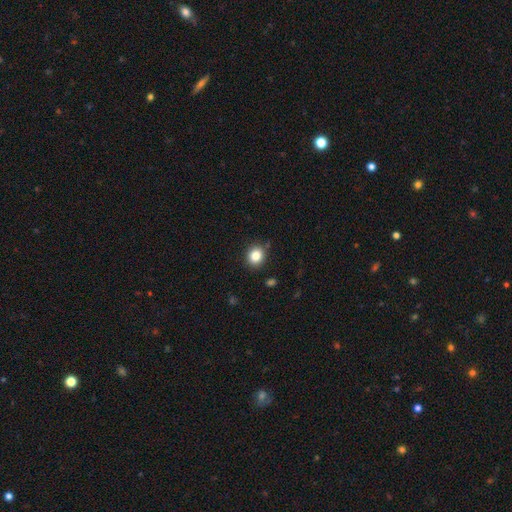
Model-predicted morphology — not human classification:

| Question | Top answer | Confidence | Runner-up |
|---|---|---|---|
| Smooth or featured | smooth | 84% | star or artifact (11%) |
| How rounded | round | 78% | in between (21%) |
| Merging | none | 88% | minor disturbance (8%) |